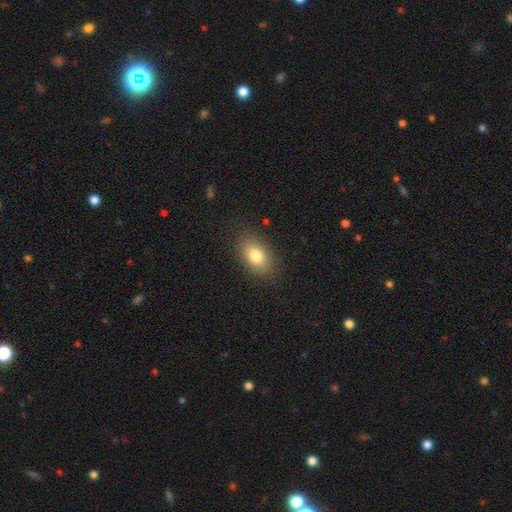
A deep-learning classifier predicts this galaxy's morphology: Smooth or featured: smooth — 80% (featured or disk — 11%)
How rounded: in between — 87% (round — 12%)
Merging: none — 85% (minor disturbance — 10%)